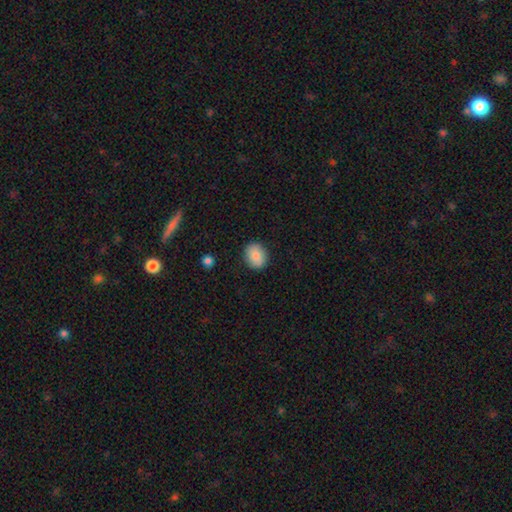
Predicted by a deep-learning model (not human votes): Smooth or featured? Predicted: smooth (p=0.83). How rounded? Predicted: round (p=0.57). Merging? Predicted: none (p=0.88).